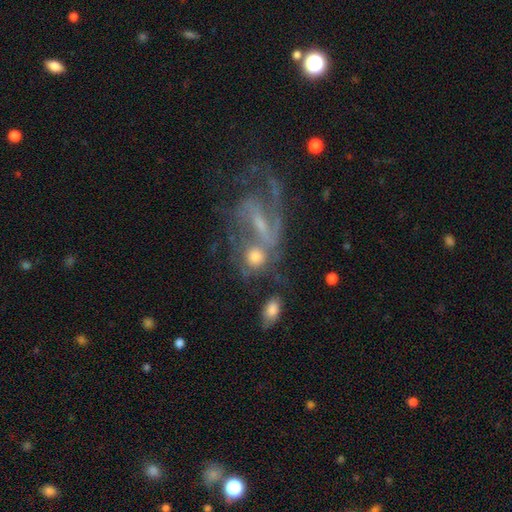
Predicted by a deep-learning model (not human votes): A featured or disk galaxy (63%) with a weak bar (41%), spiral arms (74%) and a small central bulge (42%). Merging: merger (34%, tied with none).